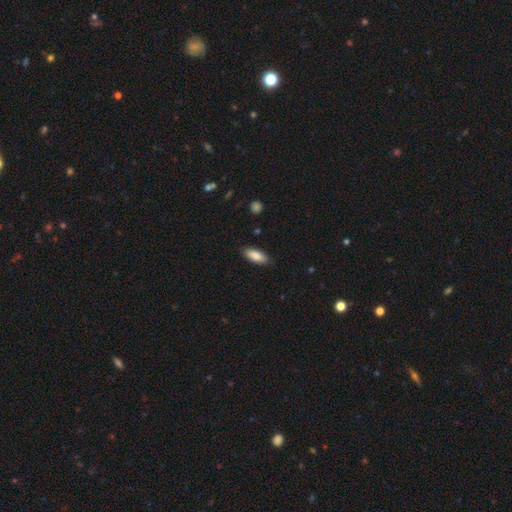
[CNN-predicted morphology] Overall: smooth (85%). How rounded: in between (75%). Merging: none (85%).